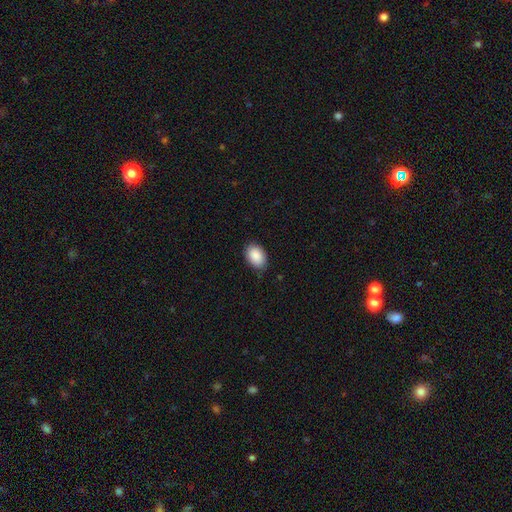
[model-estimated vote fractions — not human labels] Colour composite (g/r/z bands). It shows a smooth galaxy with no disk features (90%) that is in between round and cigar-shaped (87%). Merging: none (82%).